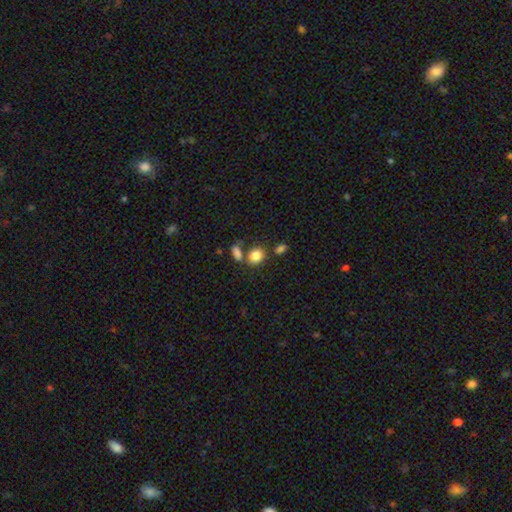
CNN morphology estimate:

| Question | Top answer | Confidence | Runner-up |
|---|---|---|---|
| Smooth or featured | smooth | 84% | star or artifact (10%) |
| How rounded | in between | 57% | round (42%) |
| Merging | none | 58% | merger (24%) |